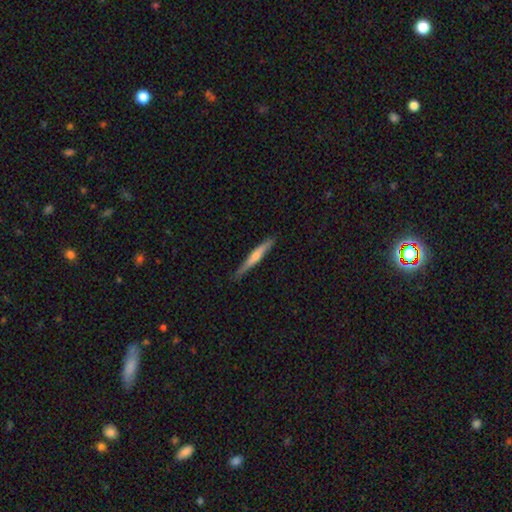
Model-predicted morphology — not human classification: Overall: featured or disk (54%; smooth 40%). Edge-on disk: yes (97%). Edge-on bulge: rounded (67%). Merging: none (87%).